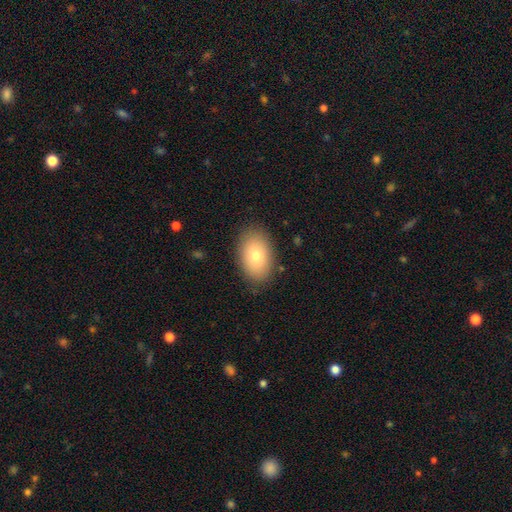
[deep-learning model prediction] Smooth or featured?
  - smooth: 78% *
  - featured or disk: 14%
  - star or artifact: 8%
How rounded?
  - in between: 89% *
  - round: 10%
  - cigar-shaped: 1%
Merging?
  - none: 85% *
  - minor disturbance: 11%
  - major disturbance: 3%
  - merger: 1%